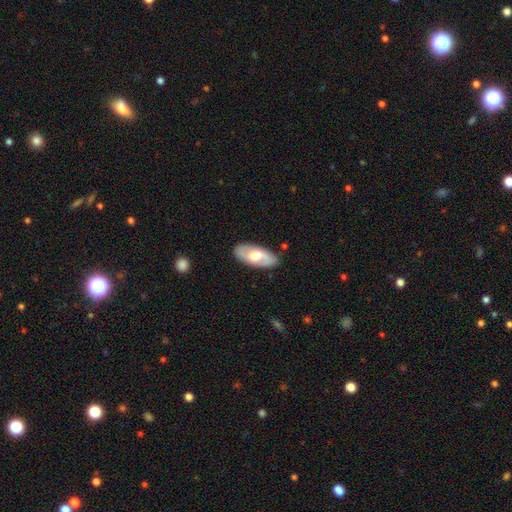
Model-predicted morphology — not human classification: type=featured or disk (54%); edge-on=no (87%); merging=none (85%).